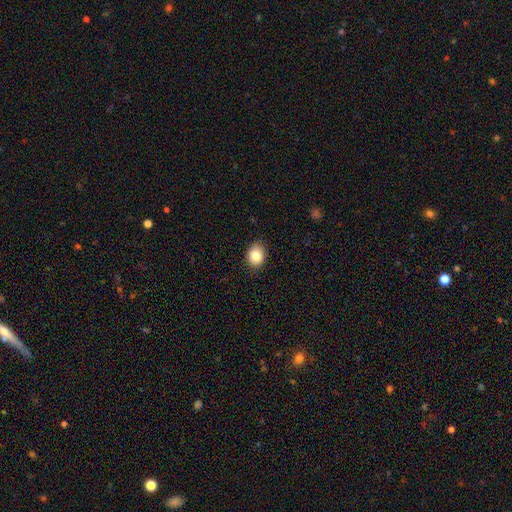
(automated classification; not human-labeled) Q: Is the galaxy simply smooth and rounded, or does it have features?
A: smooth — 84%.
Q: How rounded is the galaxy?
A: in between — 57%.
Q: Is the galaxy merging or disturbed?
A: none — 86%.